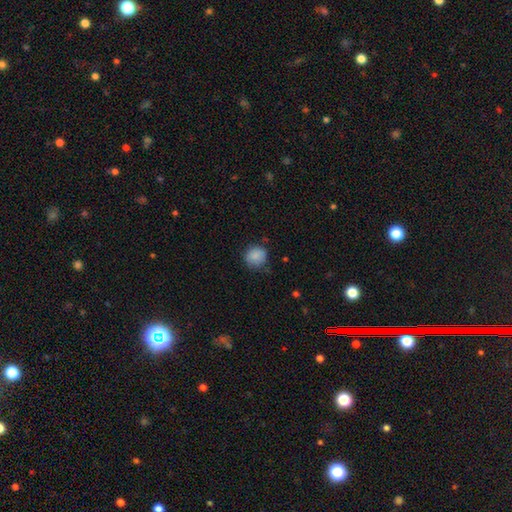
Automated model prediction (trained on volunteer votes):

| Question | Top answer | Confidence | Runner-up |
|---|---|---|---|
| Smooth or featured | smooth | 87% | star or artifact (9%) |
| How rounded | round | 84% | in between (15%) |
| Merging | none | 74% | minor disturbance (20%) |